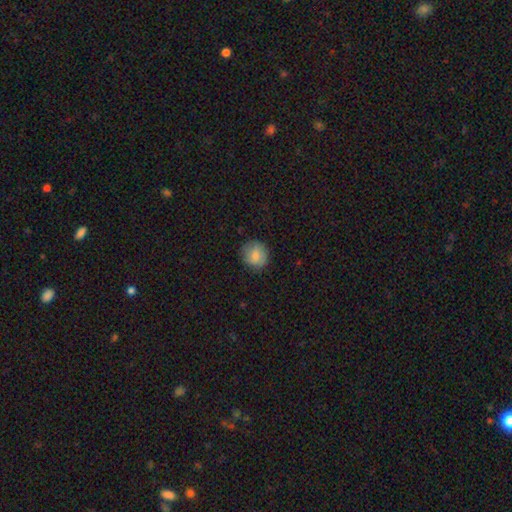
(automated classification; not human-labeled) smooth-or-featured: smooth: 80% | featured or disk: 12% | star or artifact: 8%
  how-rounded: round: 85% | in between: 14% | cigar-shaped: 1%
  merging: none: 82% | minor disturbance: 14% | major disturbance: 4% | merger: 1%